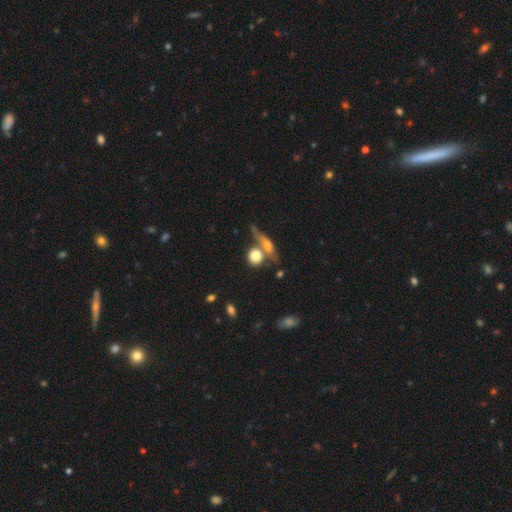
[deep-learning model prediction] smooth_or_featured: smooth (p=0.76) [alt: featured or disk p=0.16]
how_rounded: round (p=0.74) [alt: in between p=0.20]
merging: none (p=0.49) [alt: merger p=0.34]